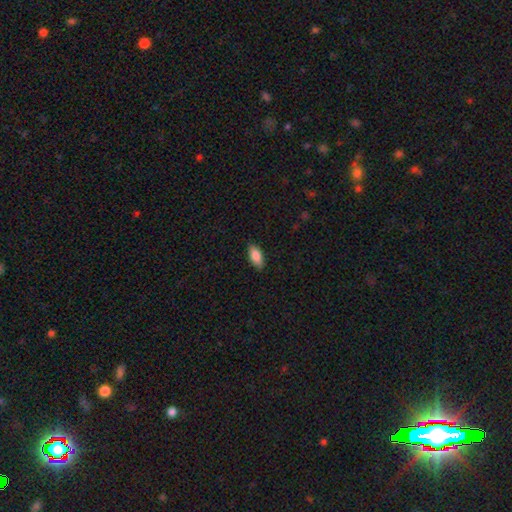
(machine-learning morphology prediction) A smooth galaxy with no disk features (84%) that is in between round and cigar-shaped (85%). Merging: none (87%).